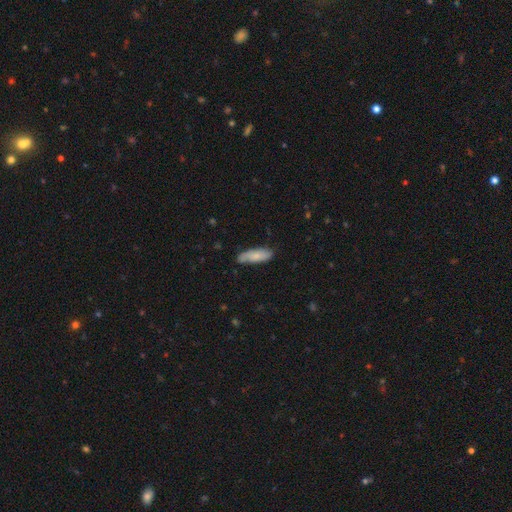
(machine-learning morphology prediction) A smooth galaxy with no disk features (73%) that is in between round and cigar-shaped (57%). Merging: none (74%).